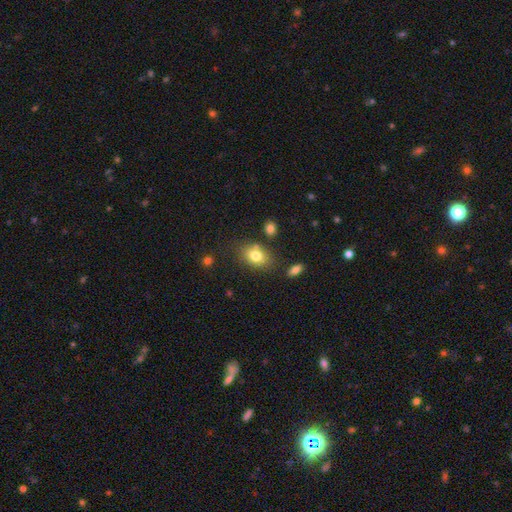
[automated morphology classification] Smooth or featured? Predicted: smooth (p=0.79). How rounded? Predicted: in between (p=0.78). Merging? Predicted: none (p=0.72).